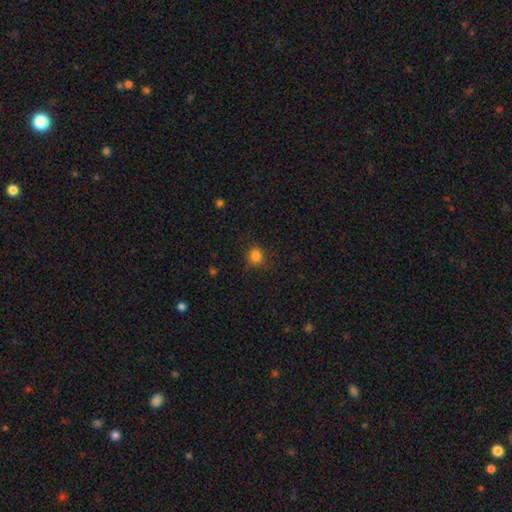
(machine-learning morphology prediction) Smooth or featured? Predicted: smooth (p=0.83). How rounded? Predicted: round (p=0.69). Merging? Predicted: none (p=0.79).